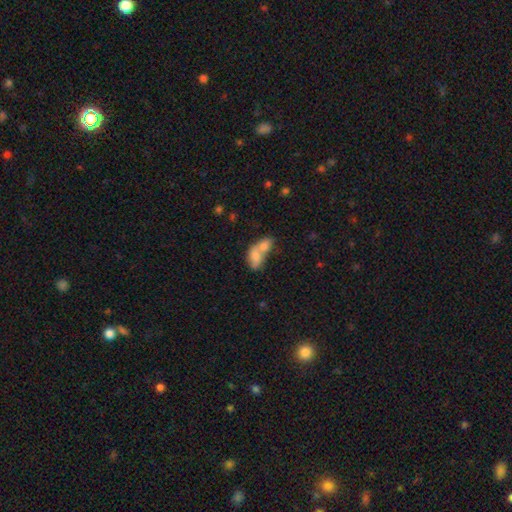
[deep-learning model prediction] A smooth galaxy with no disk features (73%) that is in between round and cigar-shaped (84%). Merging: merger (75%).